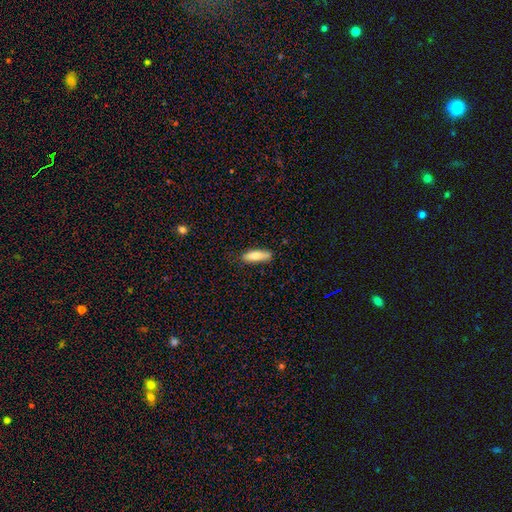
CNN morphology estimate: smooth_or_featured: smooth (p=0.82) [alt: featured or disk p=0.11]
how_rounded: cigar-shaped (p=0.52) [alt: in between p=0.46]
merging: none (p=0.77) [alt: minor disturbance p=0.18]